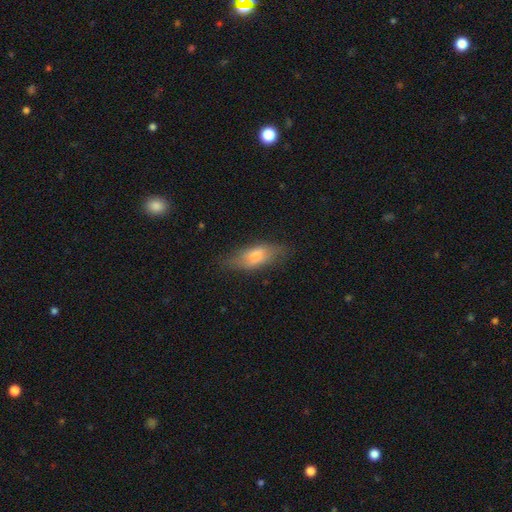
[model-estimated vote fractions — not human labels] Q: Smooth or featured?
A: smooth (67%); runner-up: featured or disk (25%)
Q: How rounded?
A: in between (67%); runner-up: cigar-shaped (30%)
Q: Merging?
A: none (72%); runner-up: minor disturbance (21%)